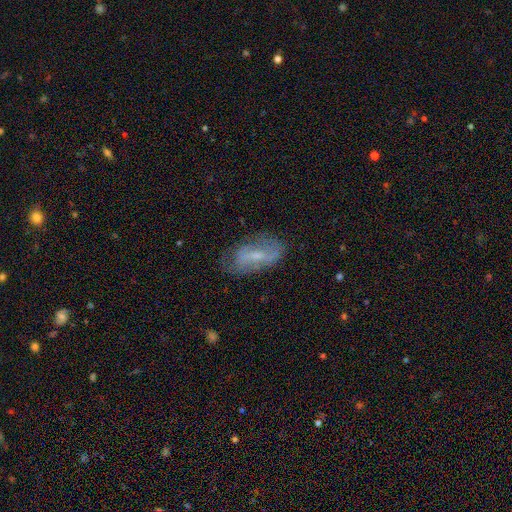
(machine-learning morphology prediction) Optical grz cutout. It shows a featured or disk galaxy (58%) with a weak bar (48%), spiral arms (65%) and a small central bulge (52%). Merging: none (62%).